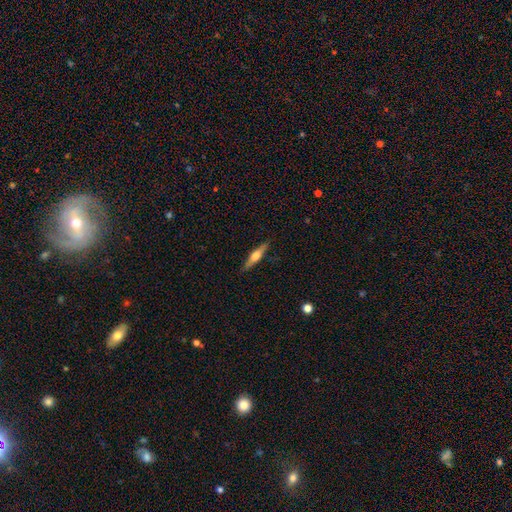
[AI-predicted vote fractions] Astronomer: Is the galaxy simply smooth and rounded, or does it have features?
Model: featured or disk — 60%.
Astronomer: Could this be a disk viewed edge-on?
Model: yes — 97%.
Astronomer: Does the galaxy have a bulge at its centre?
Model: rounded — 89%.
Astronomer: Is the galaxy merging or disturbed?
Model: none — 89%.